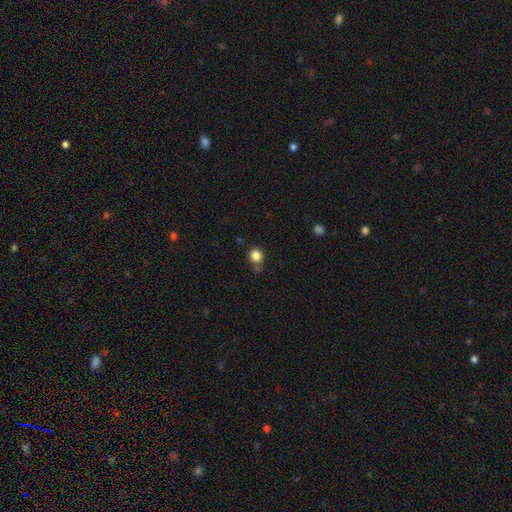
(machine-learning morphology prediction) A smooth galaxy with no disk features (85%) that is round (82%). Merging: none (67%).